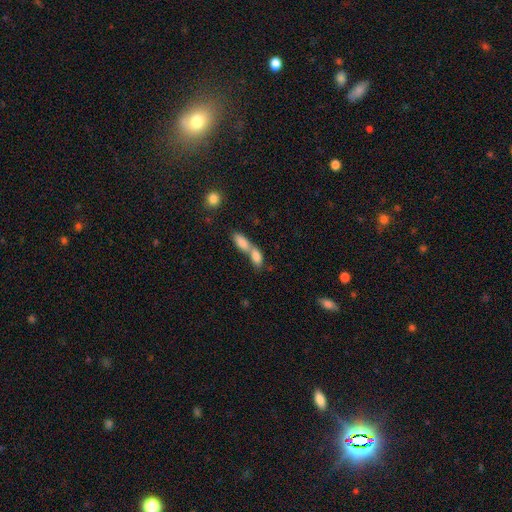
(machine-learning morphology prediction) Smooth or featured? smooth (80%)
How rounded? in between (81%)
Merging? merger (74%)